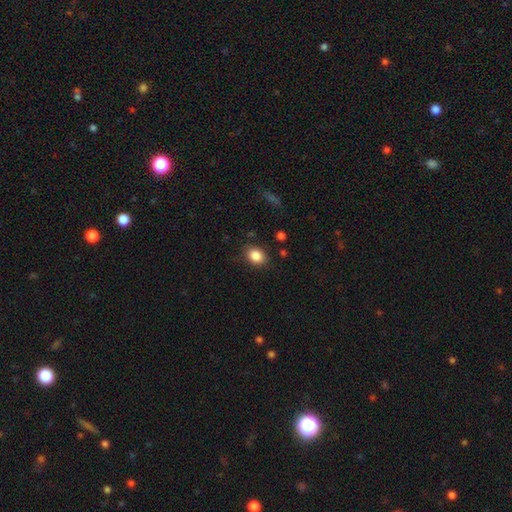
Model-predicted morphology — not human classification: smooth_or_featured: smooth (p=0.86) [alt: star or artifact p=0.09]
how_rounded: in between (p=0.61) [alt: round p=0.38]
merging: none (p=0.83) [alt: minor disturbance p=0.12]